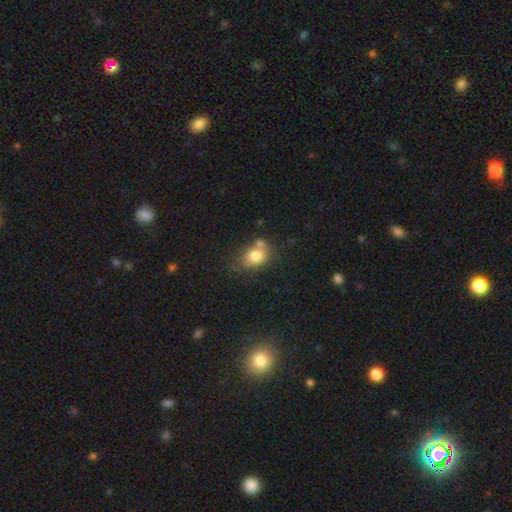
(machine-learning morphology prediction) Q: Smooth or featured?
A: smooth (75%); runner-up: featured or disk (15%)
Q: How rounded?
A: in between (58%); runner-up: round (40%)
Q: Merging?
A: none (47%); runner-up: merger (24%)